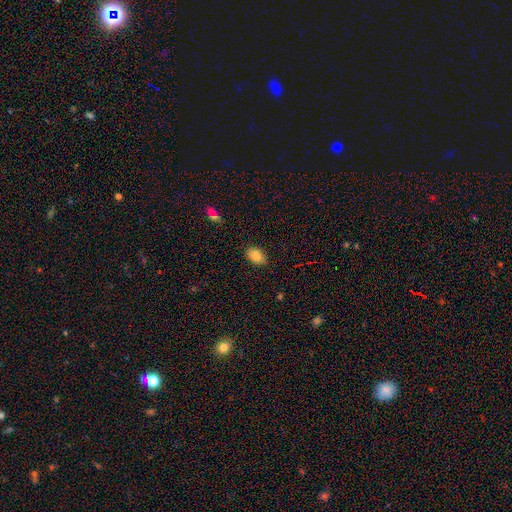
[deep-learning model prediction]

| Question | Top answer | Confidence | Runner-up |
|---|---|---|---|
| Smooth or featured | smooth | 83% | featured or disk (8%) |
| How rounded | in between | 89% | round (9%) |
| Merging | none | 88% | minor disturbance (9%) |